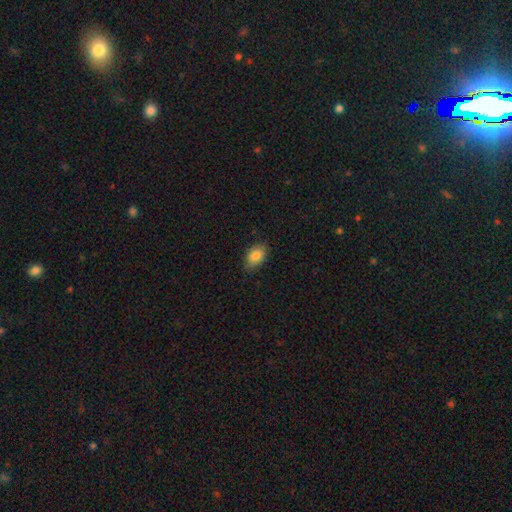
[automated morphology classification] Q: Smooth or featured?
A: smooth (85%); runner-up: featured or disk (8%)
Q: How rounded?
A: in between (91%); runner-up: round (8%)
Q: Merging?
A: none (80%); runner-up: minor disturbance (17%)